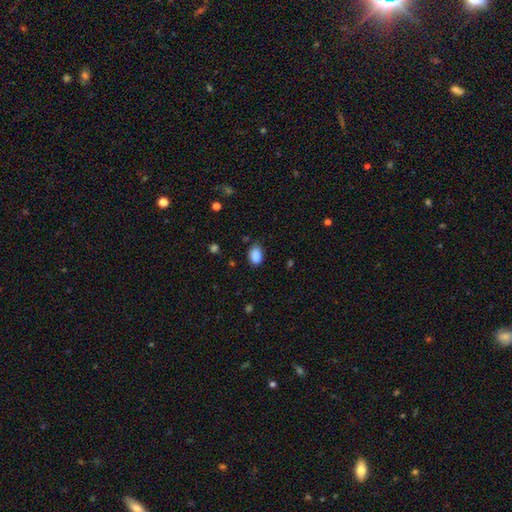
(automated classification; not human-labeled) A smooth galaxy with no disk features (88%) that is in between round and cigar-shaped (82%).

Vote fractions:
- Smooth or featured? smooth: 88% / star or artifact: 9% / featured or disk: 3%
- How rounded? in between: 82% / round: 16% / cigar-shaped: 1%
- Merging? none: 71% / minor disturbance: 22% / major disturbance: 4% / merger: 2%